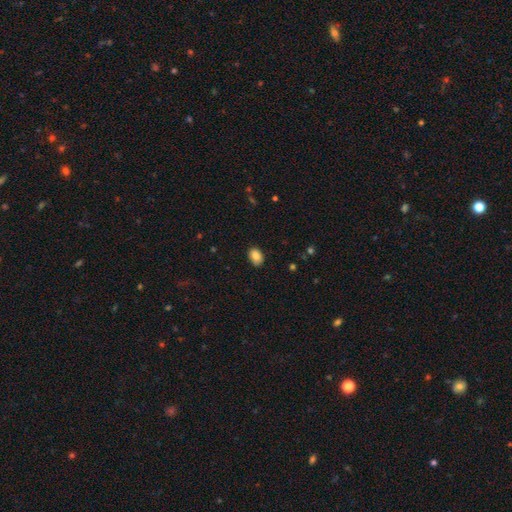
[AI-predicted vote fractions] Morphology: type=smooth (84%); roundness=in between (82%); merging=none (85%).